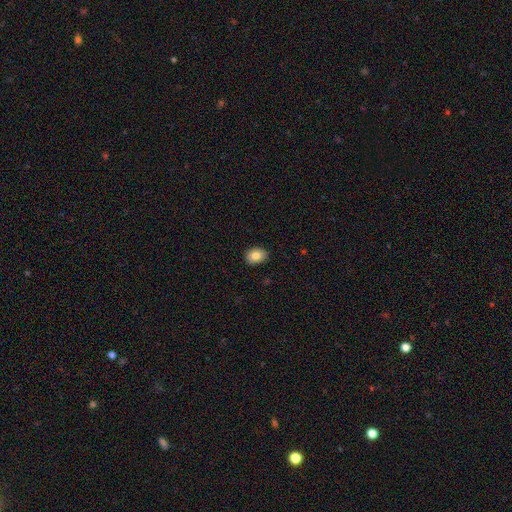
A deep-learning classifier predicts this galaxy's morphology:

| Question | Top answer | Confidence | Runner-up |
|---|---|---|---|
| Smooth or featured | smooth | 83% | featured or disk (8%) |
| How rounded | in between | 64% | round (36%) |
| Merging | none | 89% | minor disturbance (9%) |